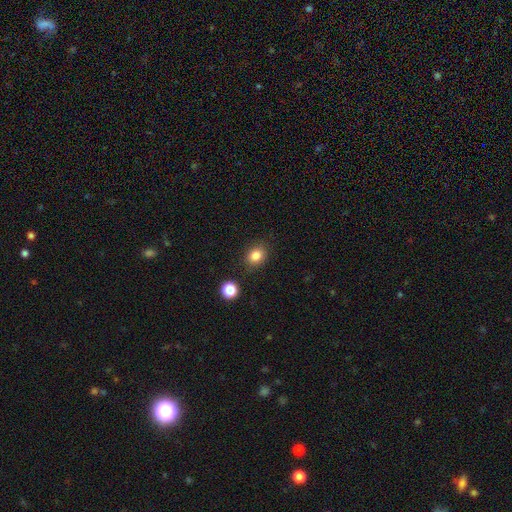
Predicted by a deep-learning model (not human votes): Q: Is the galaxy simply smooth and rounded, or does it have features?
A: smooth — 84%.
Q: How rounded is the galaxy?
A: round — 51%.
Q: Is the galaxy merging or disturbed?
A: none — 84%.